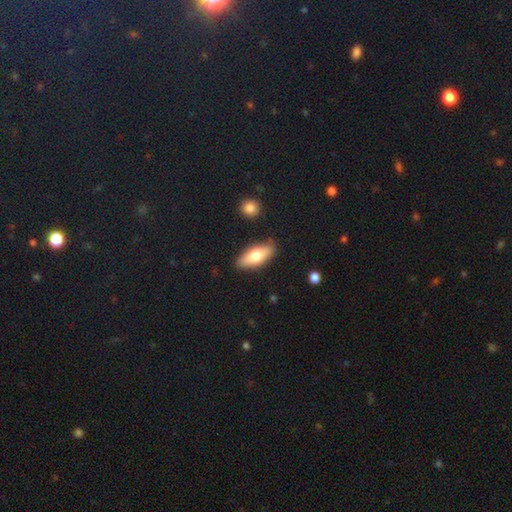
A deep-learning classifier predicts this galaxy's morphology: smooth_or_featured: smooth (p=0.68) [alt: featured or disk p=0.26]
how_rounded: in between (p=0.77) [alt: cigar-shaped p=0.20]
merging: none (p=0.86) [alt: minor disturbance p=0.10]